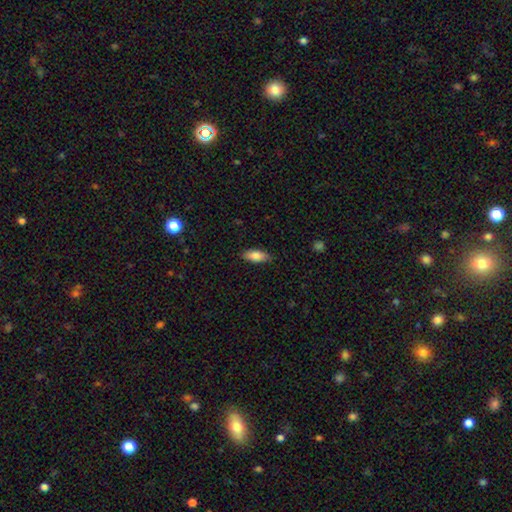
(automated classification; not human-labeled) This is clearly a smooth galaxy (83%). How rounded: likely in between (77%). Merging: clearly none (84%).